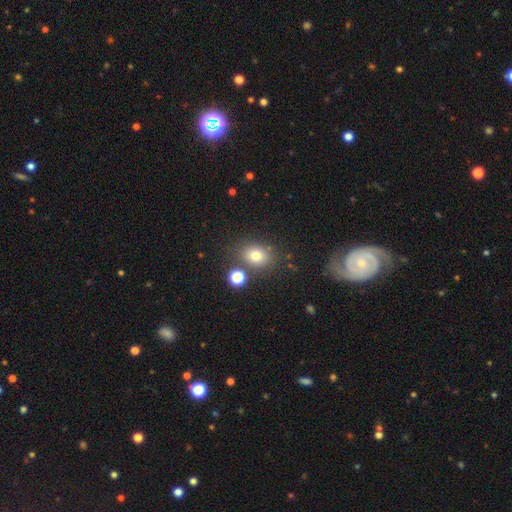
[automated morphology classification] Q: Smooth or featured?
A: smooth (77%); runner-up: star or artifact (14%)
Q: How rounded?
A: in between (51%); runner-up: round (48%)
Q: Merging?
A: none (74%); runner-up: minor disturbance (11%)